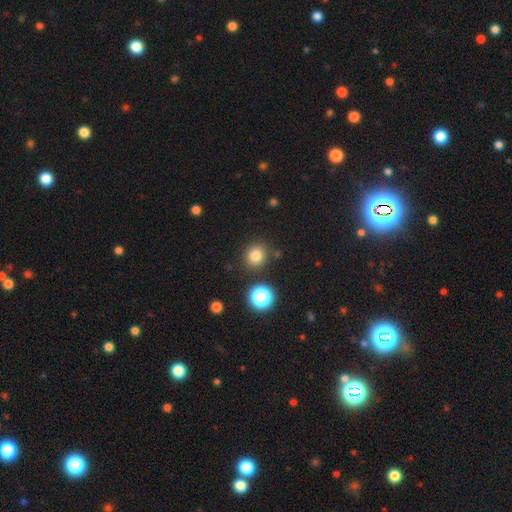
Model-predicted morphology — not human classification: type=smooth (79%); roundness=round (86%); merging=none (85%).